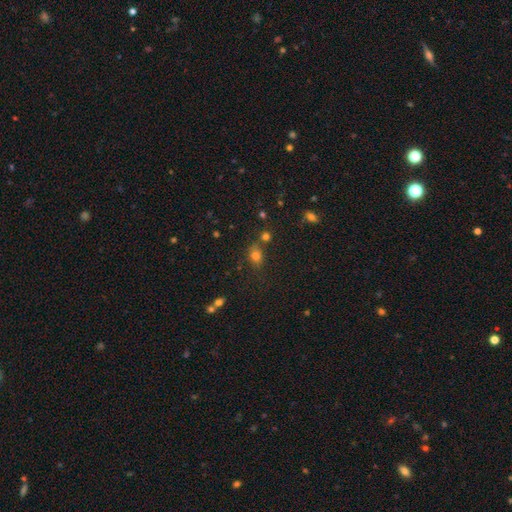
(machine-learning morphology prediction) Smooth or featured: smooth — 72% (star or artifact — 19%)
How rounded: round — 51% (in between — 47%)
Merging: none — 65% (minor disturbance — 15%)